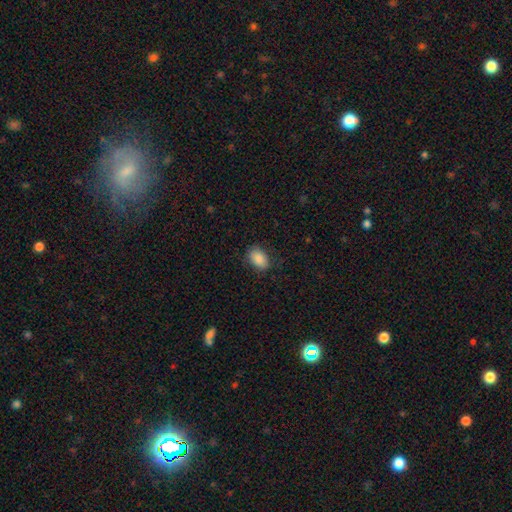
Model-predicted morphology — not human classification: Smooth or featured: smooth — 81% (star or artifact — 11%)
How rounded: in between — 82% (round — 17%)
Merging: none — 82% (minor disturbance — 13%)